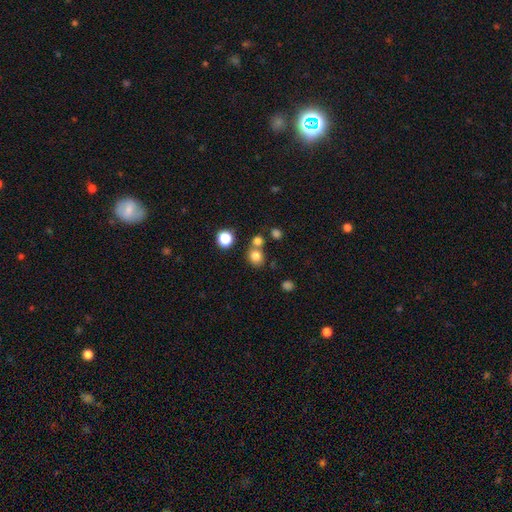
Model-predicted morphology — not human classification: A smooth galaxy with no disk features (79%) that is round (76%). Merging: none (60%).